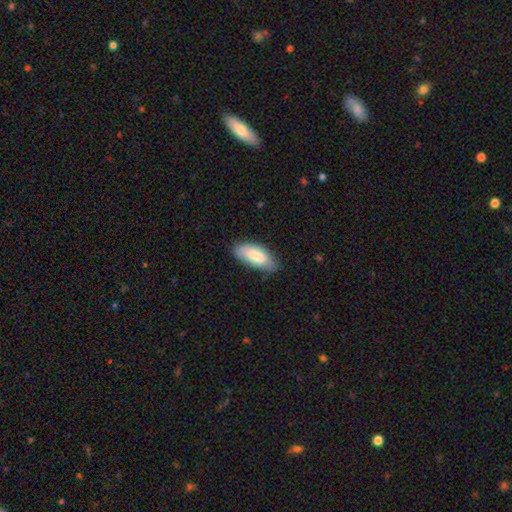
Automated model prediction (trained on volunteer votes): Smooth or featured? Predicted: smooth (p=0.78). How rounded? Predicted: in between (p=0.84). Merging? Predicted: none (p=0.65).